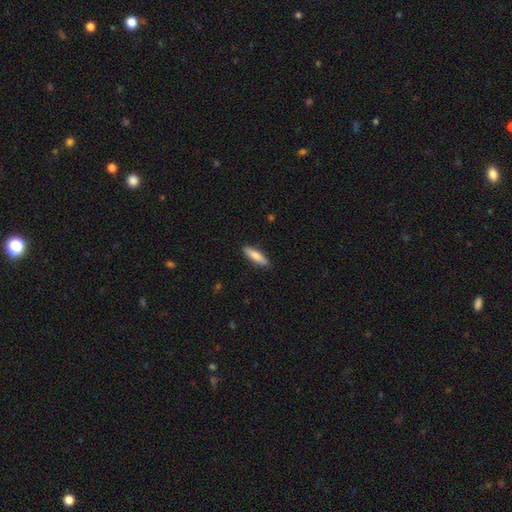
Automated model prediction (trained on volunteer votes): Morphology: type=smooth (81%); roundness=cigar-shaped (67%); merging=none (89%).